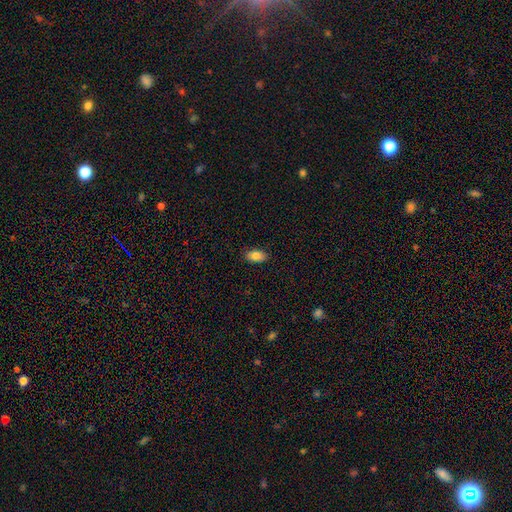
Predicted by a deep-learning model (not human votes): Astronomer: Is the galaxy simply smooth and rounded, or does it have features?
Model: smooth — 83%.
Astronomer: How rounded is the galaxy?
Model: in between — 92%.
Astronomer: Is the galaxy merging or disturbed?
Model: none — 88%.